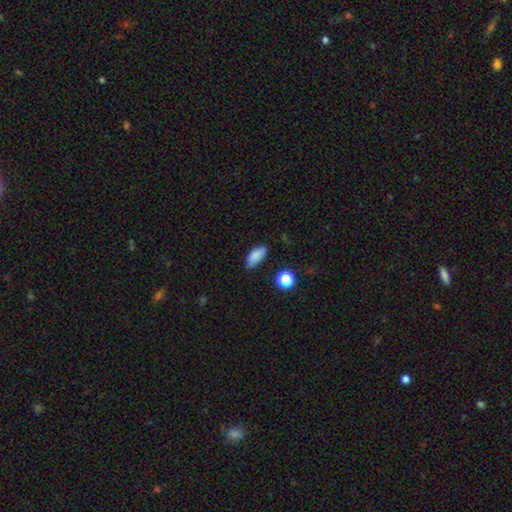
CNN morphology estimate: Smooth or featured? Predicted: smooth (p=0.83). How rounded? Predicted: in between (p=0.85). Merging? Predicted: none (p=0.71).